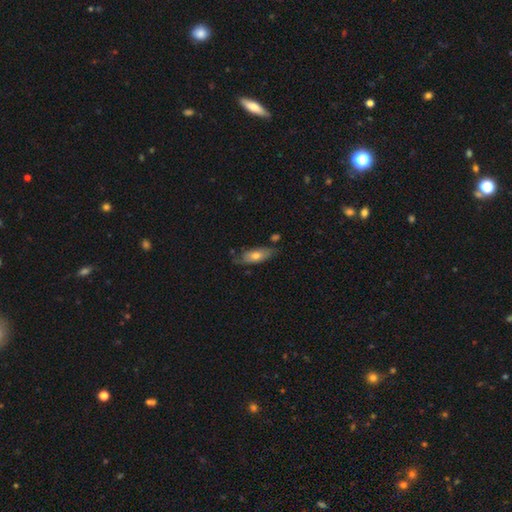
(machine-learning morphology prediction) This is likely a smooth galaxy (61%). How rounded: likely in between (73%). Merging: likely none (64%).